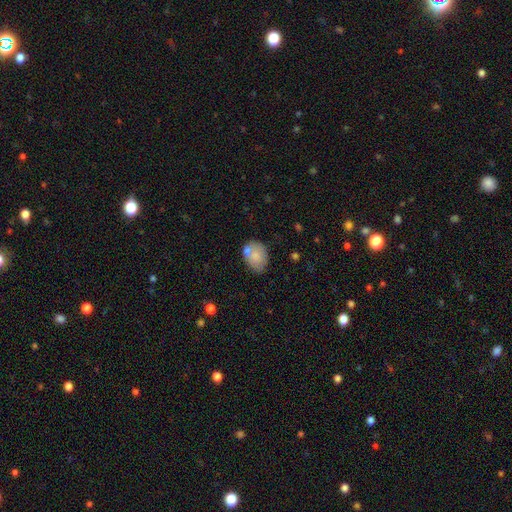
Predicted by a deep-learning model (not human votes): Q: Smooth or featured?
A: smooth (75%); runner-up: featured or disk (18%)
Q: How rounded?
A: in between (75%); runner-up: round (24%)
Q: Merging?
A: none (55%); runner-up: minor disturbance (20%)